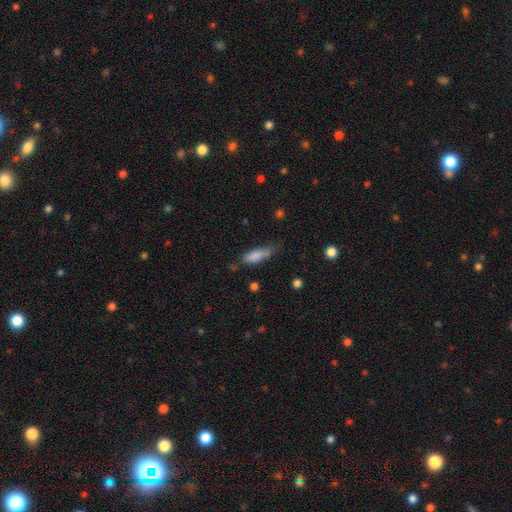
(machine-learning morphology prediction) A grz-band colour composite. It shows a smooth galaxy with no disk features (82%) that is in between round and cigar-shaped (56%). Merging: none (49%).